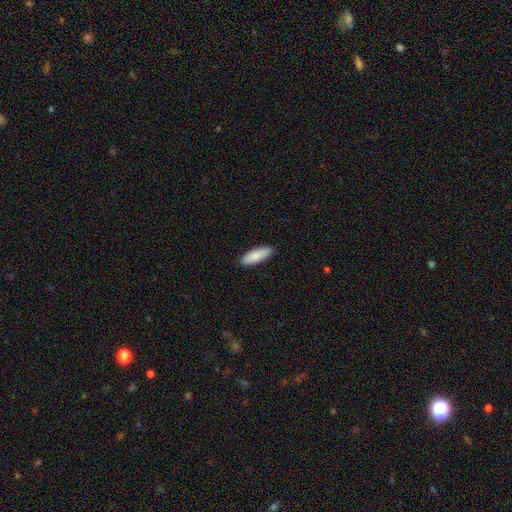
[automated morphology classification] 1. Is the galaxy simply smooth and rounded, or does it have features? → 87% smooth, 8% featured or disk, 5% star or artifact.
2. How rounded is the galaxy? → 63% in between, 35% cigar-shaped, 2% round.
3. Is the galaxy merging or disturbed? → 89% none, 8% minor disturbance, 2% major disturbance, 1% merger.